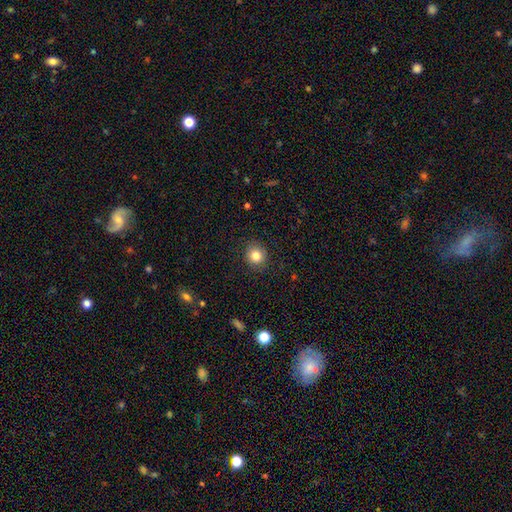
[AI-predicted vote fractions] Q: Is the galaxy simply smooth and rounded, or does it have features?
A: smooth — 83%.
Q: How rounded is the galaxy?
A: round — 86%.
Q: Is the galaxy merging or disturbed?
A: none — 89%.